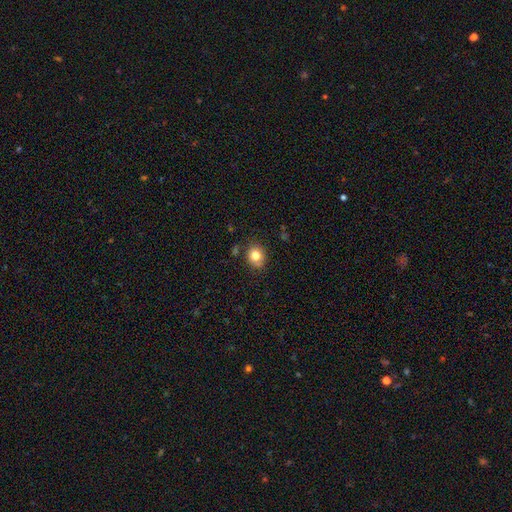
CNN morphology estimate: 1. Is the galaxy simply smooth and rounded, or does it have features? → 80% smooth, 11% star or artifact, 9% featured or disk.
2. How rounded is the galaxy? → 68% round, 31% in between, 1% cigar-shaped.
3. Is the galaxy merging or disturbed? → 80% none, 14% minor disturbance, 3% merger, 3% major disturbance.